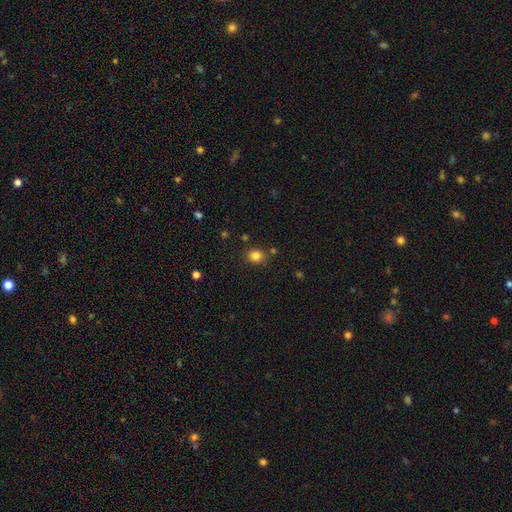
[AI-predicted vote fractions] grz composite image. It shows a smooth galaxy with no disk features (83%) that is round (64%). Merging: none (81%).